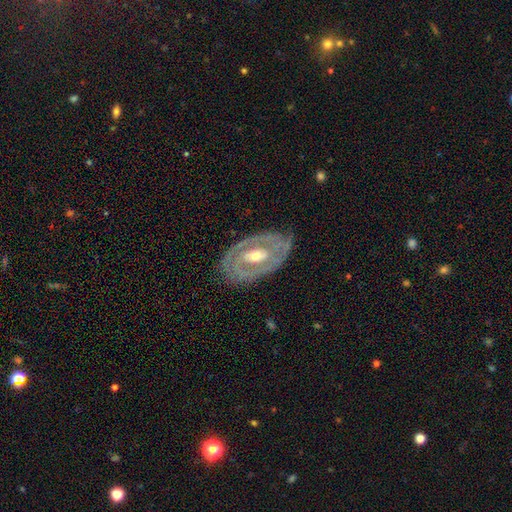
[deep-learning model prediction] A featured or disk galaxy (82%) with no bar (37%), 2 (57%) tight (66%) spiral arms (70%) and a moderate central bulge (58%). Merging: none (78%).